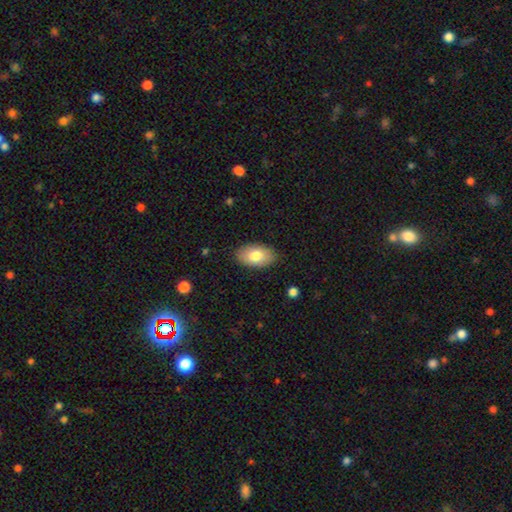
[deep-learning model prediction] Morphology: type=smooth (78%); roundness=in between (94%); merging=none (86%).